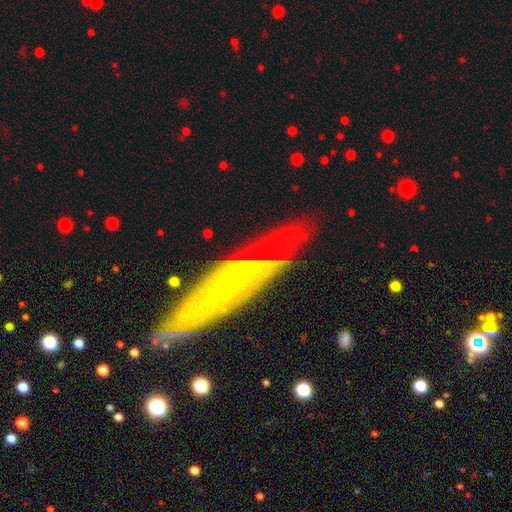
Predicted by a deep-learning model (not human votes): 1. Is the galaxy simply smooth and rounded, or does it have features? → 72% featured or disk, 20% smooth, 8% star or artifact.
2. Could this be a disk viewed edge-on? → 51% yes, 49% no.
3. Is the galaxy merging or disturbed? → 74% none, 18% minor disturbance, 6% major disturbance, 2% merger.